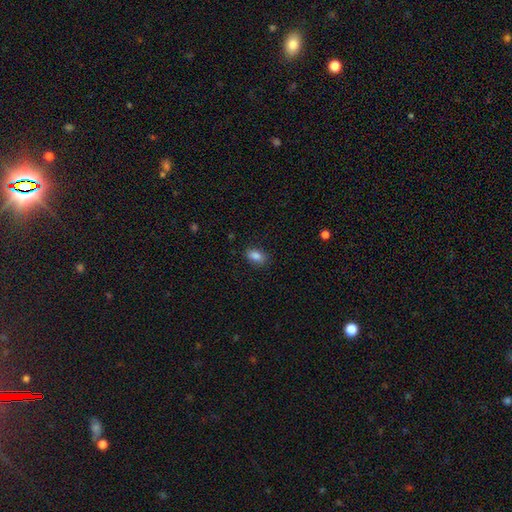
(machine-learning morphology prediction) This is clearly a smooth galaxy (86%). How rounded: clearly in between (88%). Merging: clearly none (85%).